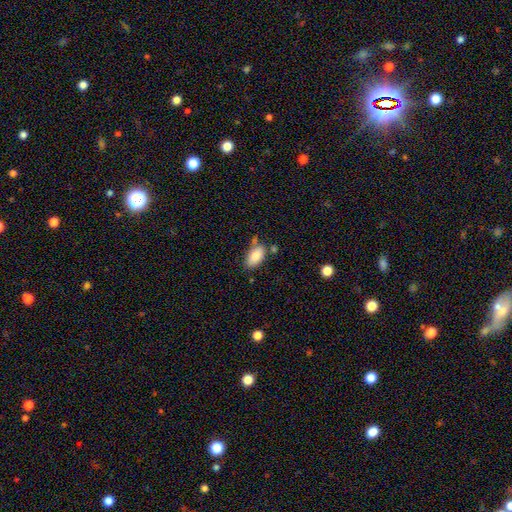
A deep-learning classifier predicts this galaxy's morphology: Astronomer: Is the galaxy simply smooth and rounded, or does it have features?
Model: smooth — 85%.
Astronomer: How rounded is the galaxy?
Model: in between — 93%.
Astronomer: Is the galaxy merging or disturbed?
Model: none — 63%.